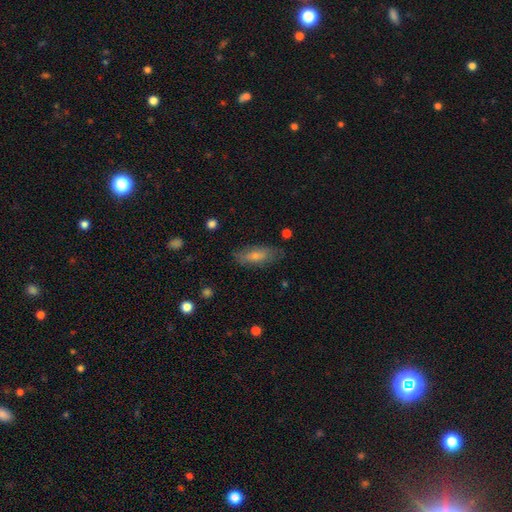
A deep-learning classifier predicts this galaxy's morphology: A smooth galaxy with no disk features (57%) that is in between round and cigar-shaped (67%).

Vote fractions:
- Smooth or featured? smooth: 57% / featured or disk: 33% / star or artifact: 10%
- How rounded? in between: 67% / cigar-shaped: 30% / round: 3%
- Merging? none: 79% / minor disturbance: 16% / major disturbance: 4% / merger: 1%